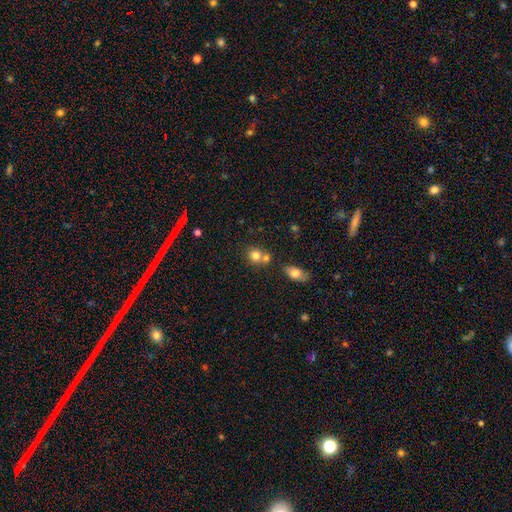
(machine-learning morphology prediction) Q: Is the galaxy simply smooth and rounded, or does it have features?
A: smooth — 79%.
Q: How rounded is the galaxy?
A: round — 77%.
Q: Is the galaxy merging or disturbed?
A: none — 50%.